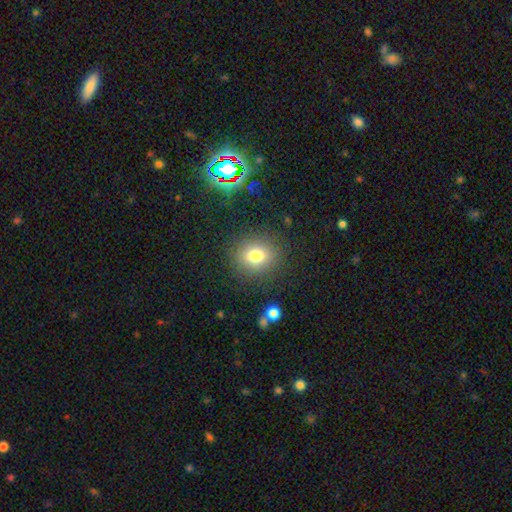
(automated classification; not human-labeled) Q: Smooth or featured?
A: smooth (76%); runner-up: star or artifact (14%)
Q: How rounded?
A: round (73%); runner-up: in between (26%)
Q: Merging?
A: none (86%); runner-up: minor disturbance (9%)